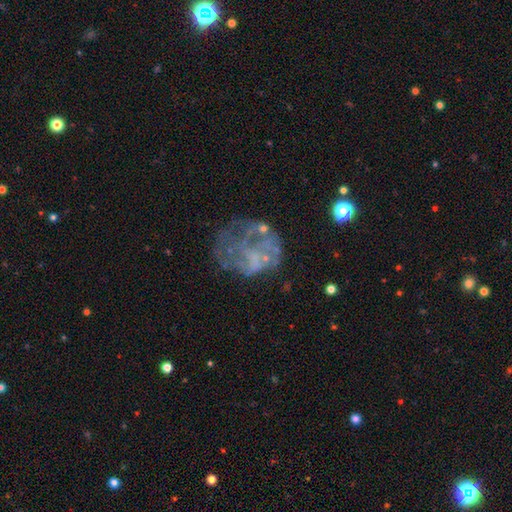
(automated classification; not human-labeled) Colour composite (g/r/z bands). It shows a featured or disk galaxy (61%) with no bar (88%), no spiral arms (81%) and no central bulge (76%). Merging: none (40%).